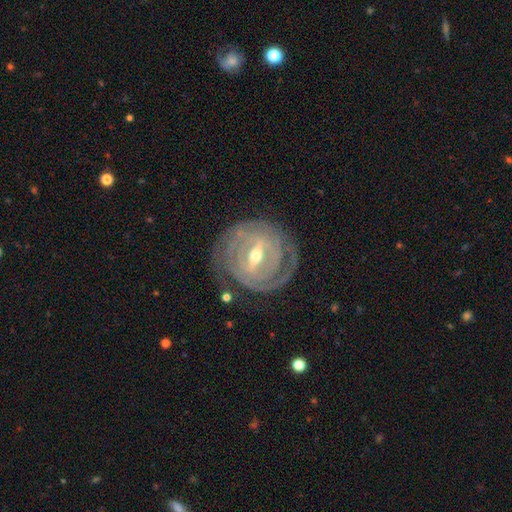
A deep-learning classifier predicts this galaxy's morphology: Smooth or featured?
  - featured or disk: 90% *
  - smooth: 6%
  - star or artifact: 4%
Edge-on disk?
  - no: 95% *
  - yes: 5%
Bar?
  - strong: 60% *
  - weak: 33%
  - no: 8%
Spiral arms?
  - yes: 94% *
  - no: 6%
Spiral winding?
  - tight: 82% *
  - medium: 15%
  - loose: 4%
Spiral arm count?
  - 2: 41% *
  - can't tell: 26%
  - 3: 15%
  - 4: 8%
  - 1: 5%
  - more than 4: 5%
Bulge size?
  - moderate: 63% *
  - small: 33%
  - large: 3%
  - none: 1%
  - dominant: 1%
Merging?
  - none: 78% *
  - minor disturbance: 14%
  - major disturbance: 6%
  - merger: 2%